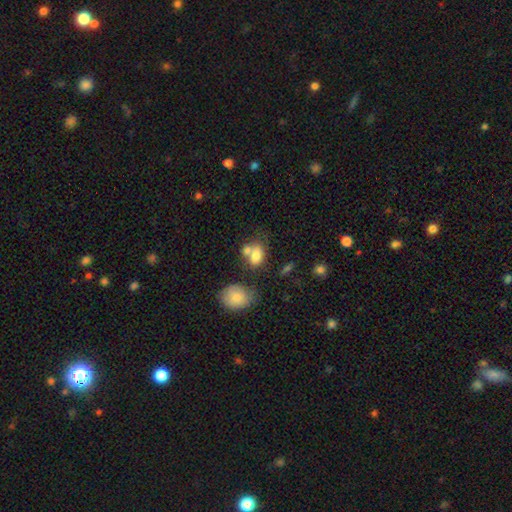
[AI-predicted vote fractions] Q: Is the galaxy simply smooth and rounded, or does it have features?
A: smooth — 77%.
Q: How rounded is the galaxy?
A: in between — 75%.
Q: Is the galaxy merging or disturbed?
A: merger — 43%.